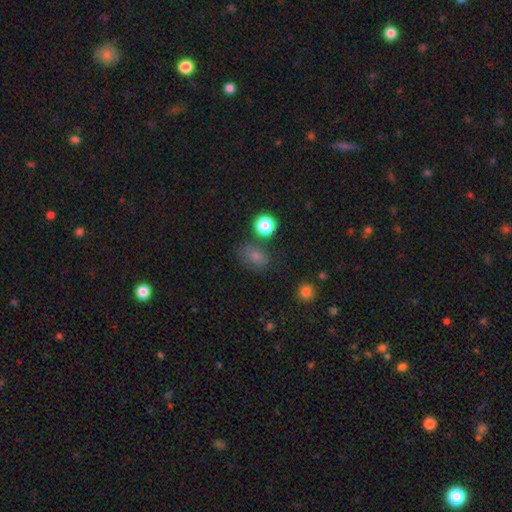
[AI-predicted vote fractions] Q: Smooth or featured?
A: smooth (77%); runner-up: star or artifact (15%)
Q: How rounded?
A: in between (66%); runner-up: round (33%)
Q: Merging?
A: none (63%); runner-up: minor disturbance (21%)